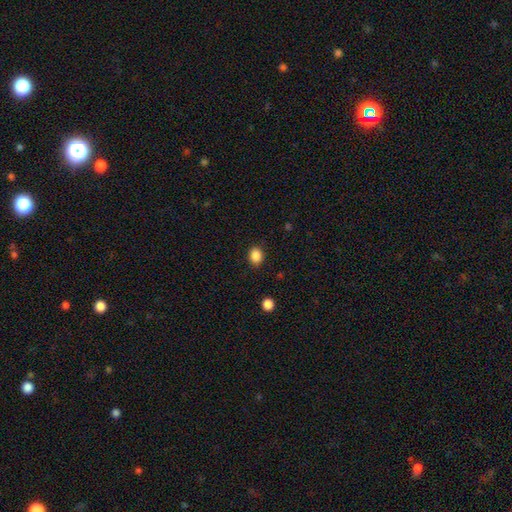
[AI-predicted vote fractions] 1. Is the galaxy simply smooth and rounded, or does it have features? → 88% smooth, 10% star or artifact, 3% featured or disk.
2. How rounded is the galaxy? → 50% in between, 49% round, 1% cigar-shaped.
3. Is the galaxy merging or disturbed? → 87% none, 9% minor disturbance, 3% major disturbance, 1% merger.